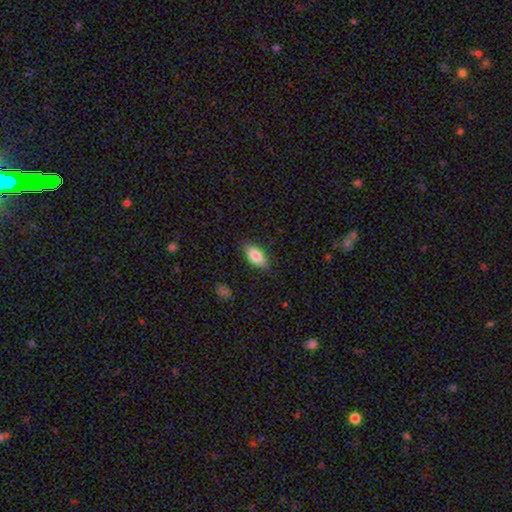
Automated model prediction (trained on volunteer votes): Smooth or featured?
  - smooth: 79% *
  - featured or disk: 14%
  - star or artifact: 7%
How rounded?
  - in between: 83% *
  - cigar-shaped: 14%
  - round: 3%
Merging?
  - none: 83% *
  - minor disturbance: 13%
  - major disturbance: 3%
  - merger: 1%